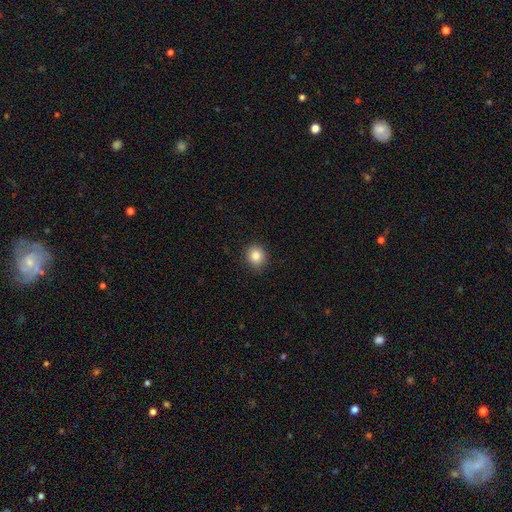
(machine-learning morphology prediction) Smooth or featured? smooth (85%)
How rounded? round (80%)
Merging? none (89%)